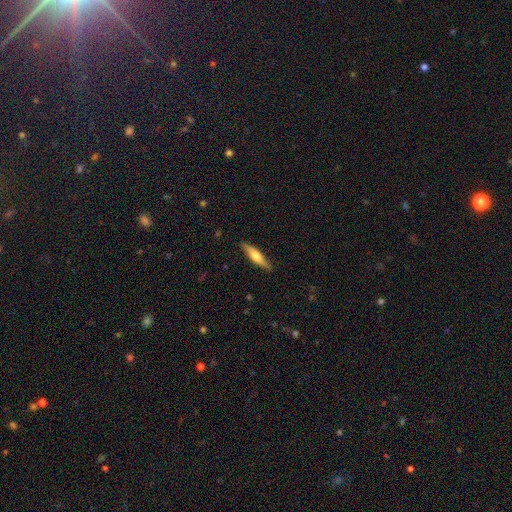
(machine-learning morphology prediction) type=smooth (48%); merging=none (88%).